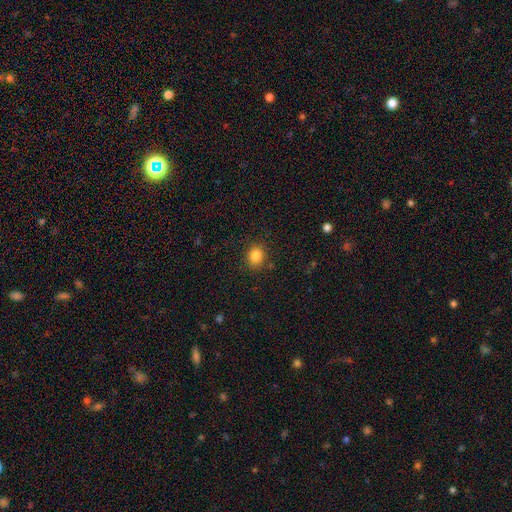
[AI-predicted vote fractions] Overall: smooth (83%). How rounded: round (62%; in between 38%). Merging: none (86%).